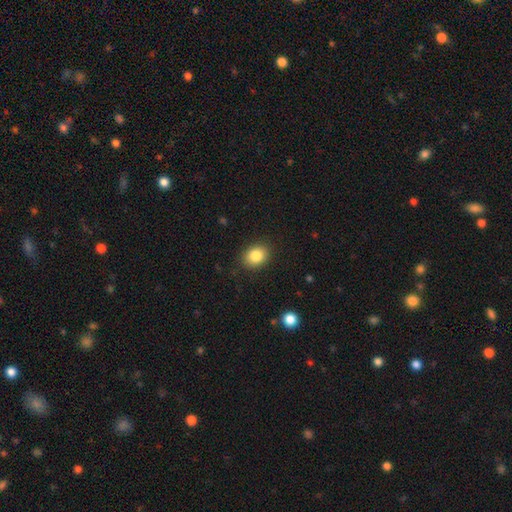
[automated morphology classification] A smooth galaxy with no disk features (85%) that is in between round and cigar-shaped (53%).

Vote fractions:
- Smooth or featured? smooth: 85% / star or artifact: 9% / featured or disk: 6%
- How rounded? in between: 53% / round: 46% / cigar-shaped: 1%
- Merging? none: 88% / minor disturbance: 9% / major disturbance: 2% / merger: 1%